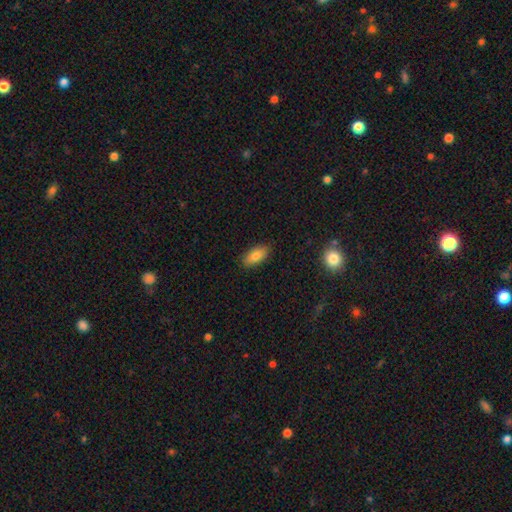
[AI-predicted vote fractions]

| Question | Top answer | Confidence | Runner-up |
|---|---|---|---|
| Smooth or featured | smooth | 79% | featured or disk (14%) |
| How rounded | in between | 87% | cigar-shaped (9%) |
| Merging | none | 87% | minor disturbance (10%) |